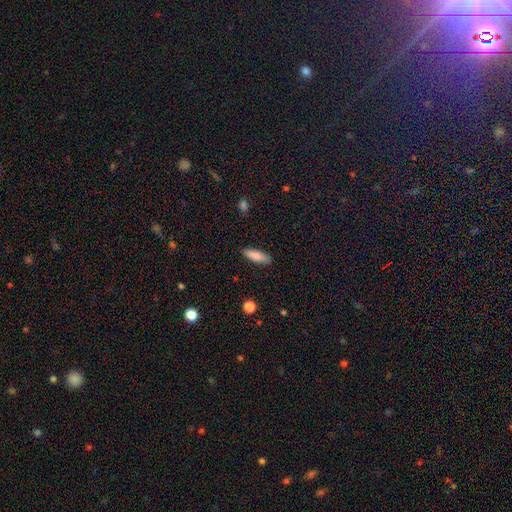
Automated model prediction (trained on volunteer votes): smooth-or-featured: smooth: 85% | featured or disk: 9% | star or artifact: 6%
  how-rounded: in between: 58% | cigar-shaped: 40% | round: 2%
  merging: none: 88% | minor disturbance: 9% | major disturbance: 2% | merger: 1%